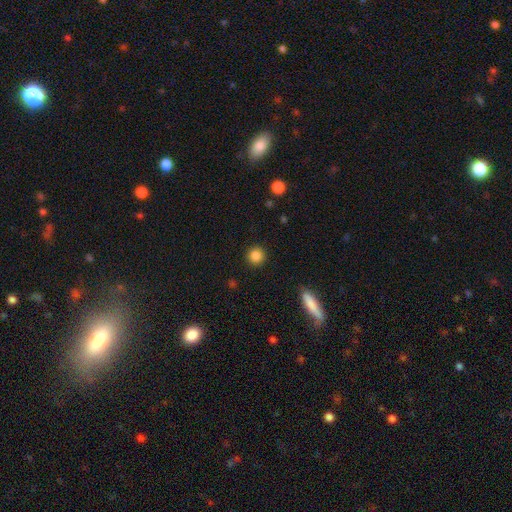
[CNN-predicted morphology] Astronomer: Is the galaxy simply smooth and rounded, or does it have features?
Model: smooth — 86%.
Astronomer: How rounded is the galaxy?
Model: round — 94%.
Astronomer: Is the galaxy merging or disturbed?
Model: none — 91%.